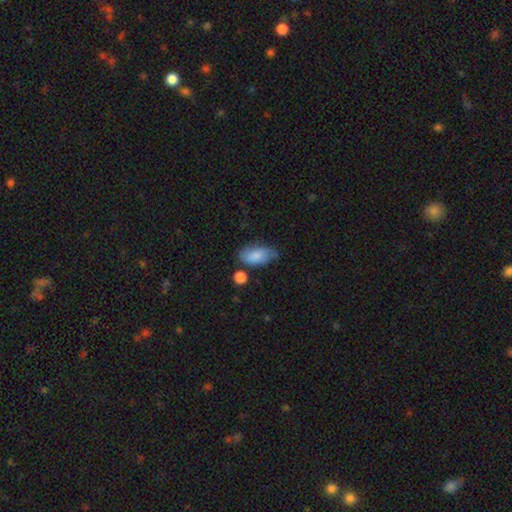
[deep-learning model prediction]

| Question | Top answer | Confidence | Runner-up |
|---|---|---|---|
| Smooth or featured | smooth | 74% | featured or disk (19%) |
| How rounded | in between | 92% | cigar-shaped (4%) |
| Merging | none | 58% | minor disturbance (28%) |